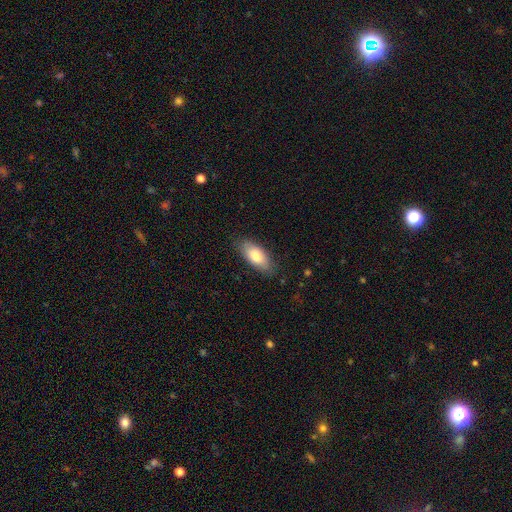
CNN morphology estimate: A smooth galaxy with no disk features (80%) that is in between round and cigar-shaped (84%). Merging: none (82%).